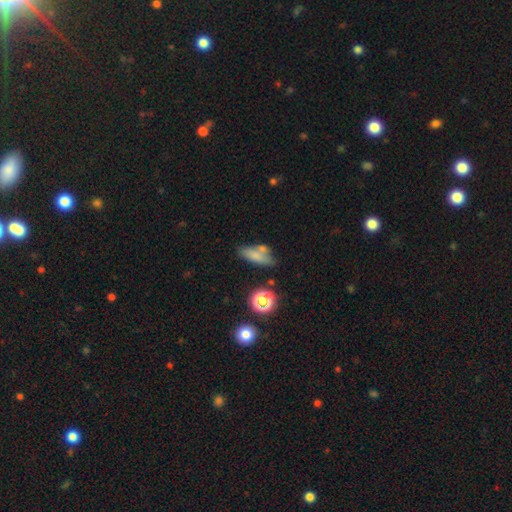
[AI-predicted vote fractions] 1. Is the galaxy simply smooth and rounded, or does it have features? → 72% smooth, 15% featured or disk, 12% star or artifact.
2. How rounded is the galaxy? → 68% in between, 25% cigar-shaped, 7% round.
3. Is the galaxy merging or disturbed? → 53% none, 20% merger, 19% minor disturbance, 8% major disturbance.